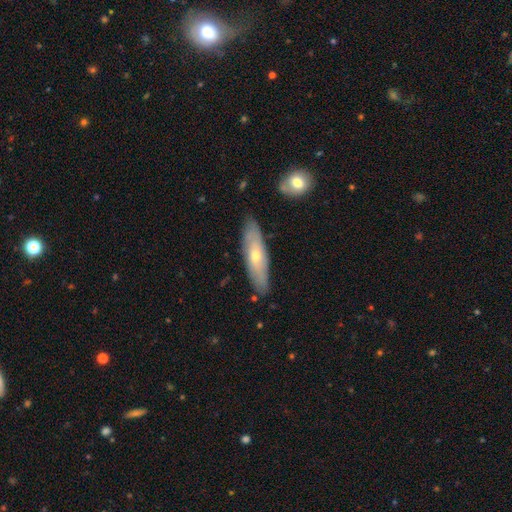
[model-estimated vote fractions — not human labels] Smooth or featured? featured or disk (48%)
Merging? none (84%)